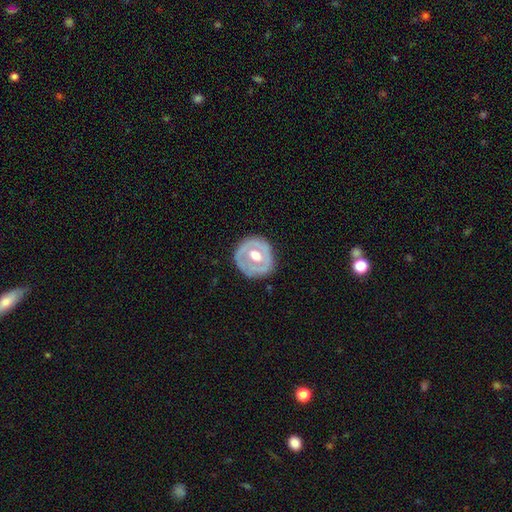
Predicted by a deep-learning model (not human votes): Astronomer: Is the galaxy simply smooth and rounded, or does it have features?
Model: featured or disk — 65%.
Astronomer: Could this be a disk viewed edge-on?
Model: no — 95%.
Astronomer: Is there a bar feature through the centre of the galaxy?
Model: no — 63%.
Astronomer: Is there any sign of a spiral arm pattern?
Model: no — 71%.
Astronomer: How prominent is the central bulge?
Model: moderate — 68%.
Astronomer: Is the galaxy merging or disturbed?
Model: none — 78%.